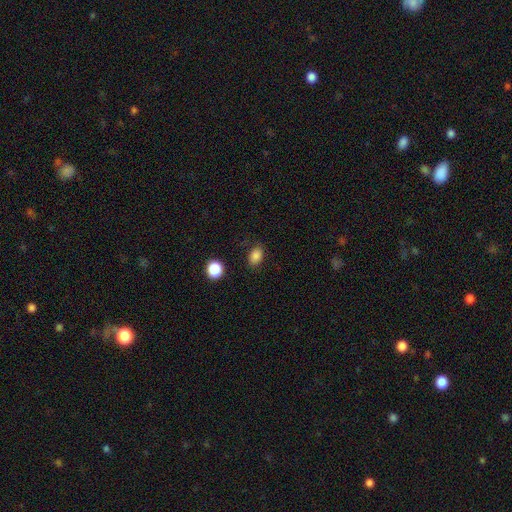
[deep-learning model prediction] The model was most divided on "how rounded": in between: 75%, round: 24%, cigar-shaped: 1%. More confident: smooth or featured — smooth (84%); merging — none (83%).